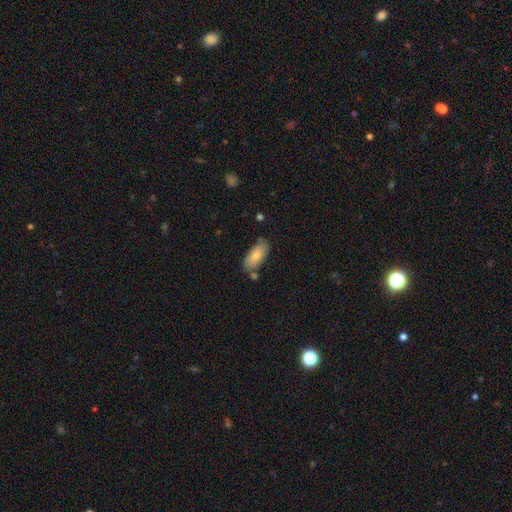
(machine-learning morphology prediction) Q: Smooth or featured?
A: smooth (80%); runner-up: featured or disk (14%)
Q: How rounded?
A: in between (87%); runner-up: cigar-shaped (10%)
Q: Merging?
A: none (73%); runner-up: minor disturbance (18%)